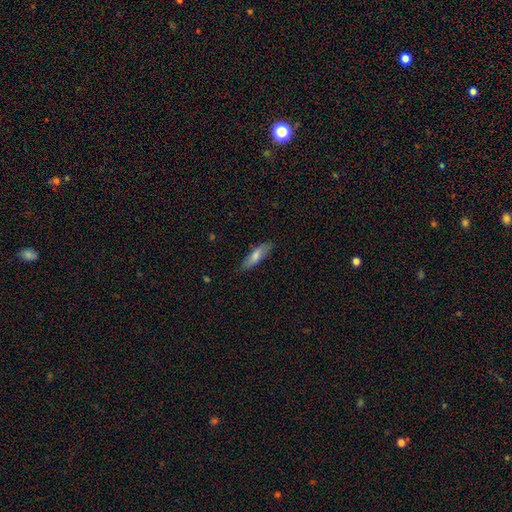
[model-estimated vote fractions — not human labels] A smooth galaxy with no disk features (74%) that is cigar-shaped (58%).

Vote fractions:
- Smooth or featured? smooth: 74% / featured or disk: 20% / star or artifact: 6%
- How rounded? cigar-shaped: 58% / in between: 40% / round: 2%
- Merging? none: 81% / minor disturbance: 15% / major disturbance: 3% / merger: 1%